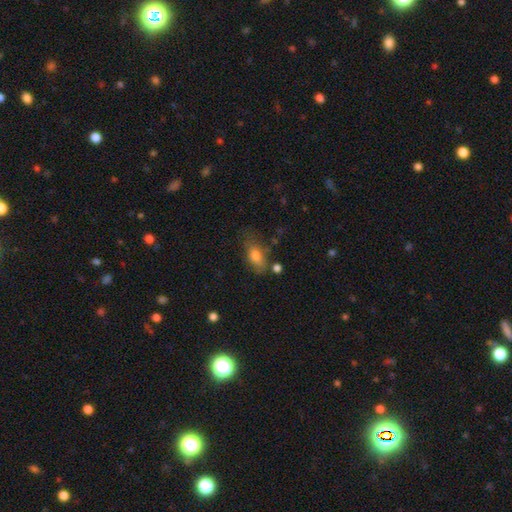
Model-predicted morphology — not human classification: Smooth or featured: smooth — 76% (featured or disk — 15%)
How rounded: in between — 83% (cigar-shaped — 10%)
Merging: none — 59% (minor disturbance — 25%)